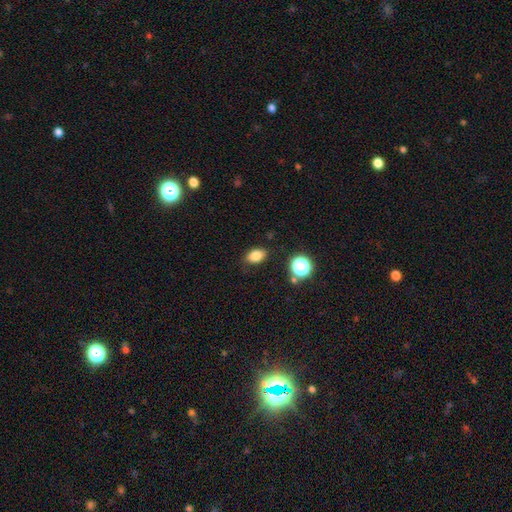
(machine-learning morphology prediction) type=smooth (81%); roundness=in between (82%); merging=none (81%).